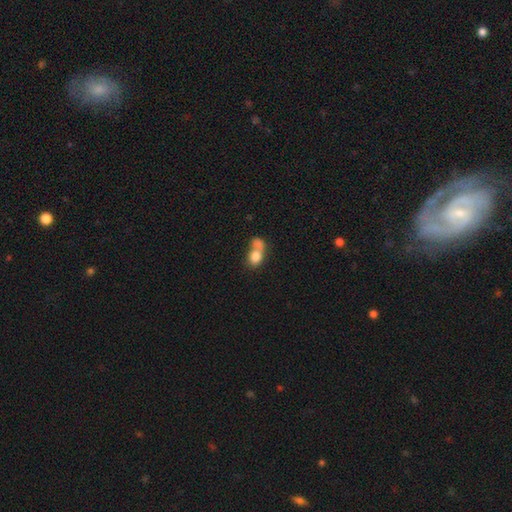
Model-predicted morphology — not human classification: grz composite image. It shows a smooth galaxy with no disk features (77%) that is in between round and cigar-shaped (56%). Merging: merger (62%).